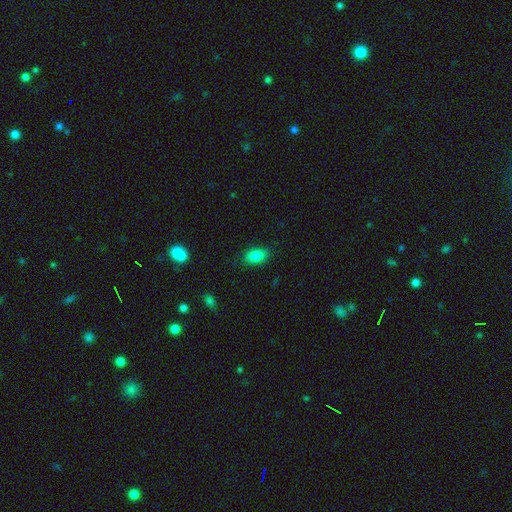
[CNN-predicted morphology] smooth 85%, star or artifact 9%, featured or disk 6%. Down the decision tree: how rounded — in between (88%); merging — none (86%).